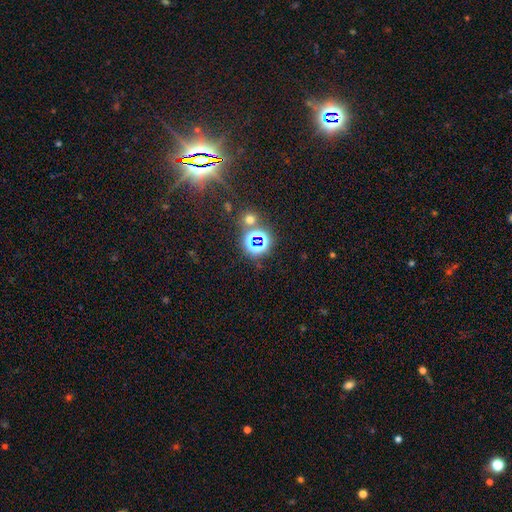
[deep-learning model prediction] Morphology: type=star or artifact (78%).